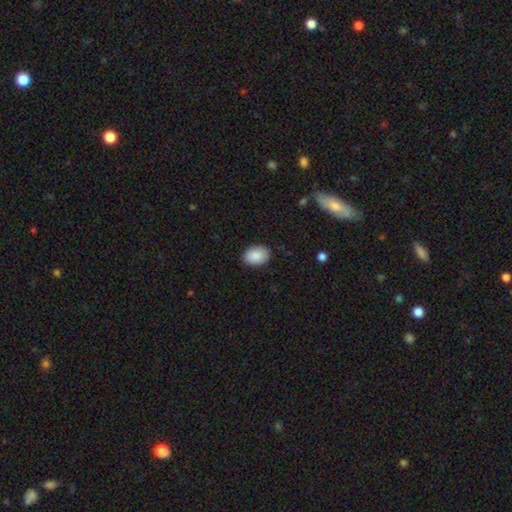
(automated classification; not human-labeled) smooth-or-featured: smooth: 89% | star or artifact: 7% | featured or disk: 4%
  how-rounded: in between: 79% | round: 20% | cigar-shaped: 1%
  merging: none: 87% | minor disturbance: 10% | major disturbance: 2% | merger: 1%